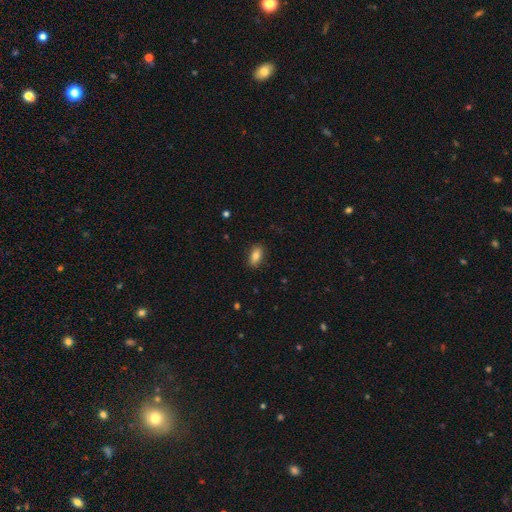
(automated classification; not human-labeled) This appears to be a smooth galaxy with no disk features (79%) that is in between round and cigar-shaped (87%). Merging: none (86%).